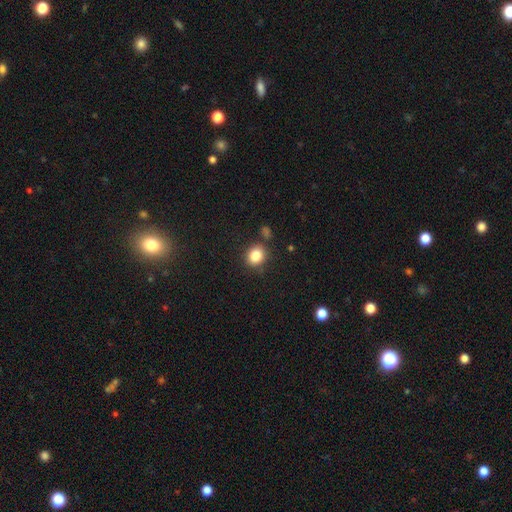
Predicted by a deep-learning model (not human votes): Smooth or featured? smooth (84%)
How rounded? round (68%)
Merging? none (82%)